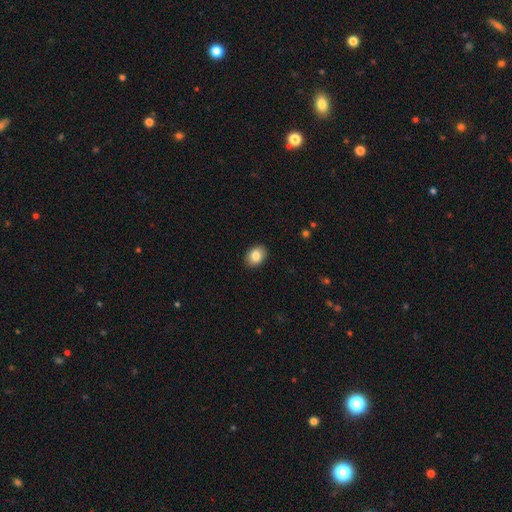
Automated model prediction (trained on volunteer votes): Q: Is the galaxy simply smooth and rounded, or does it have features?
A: smooth — 85%.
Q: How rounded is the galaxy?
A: in between — 66%.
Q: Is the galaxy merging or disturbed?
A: none — 90%.